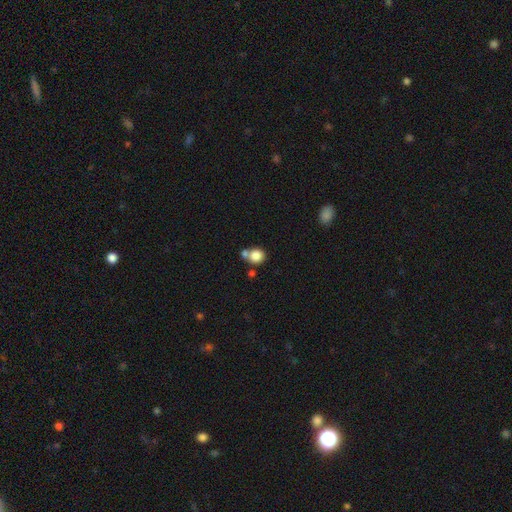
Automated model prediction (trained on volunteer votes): Smooth or featured: smooth — 83% (star or artifact — 10%)
How rounded: round — 85% (in between — 14%)
Merging: none — 51% (merger — 36%)